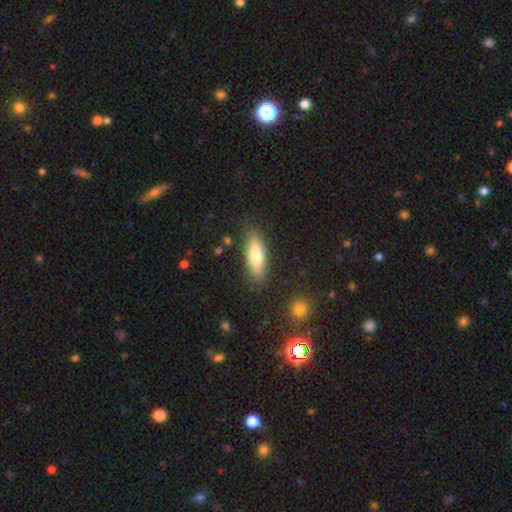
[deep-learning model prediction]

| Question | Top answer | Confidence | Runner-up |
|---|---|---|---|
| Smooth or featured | smooth | 70% | featured or disk (24%) |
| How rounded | in between | 57% | cigar-shaped (41%) |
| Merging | none | 85% | minor disturbance (11%) |